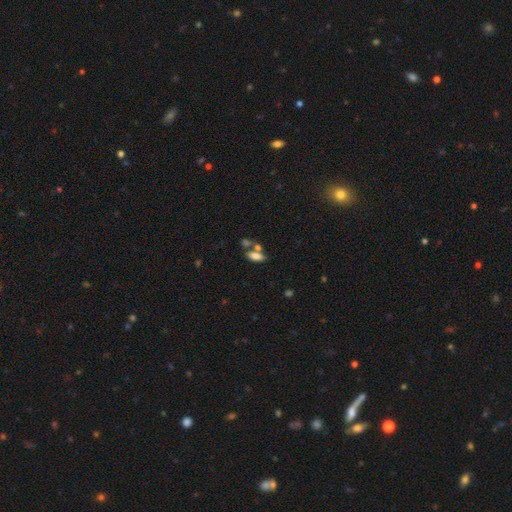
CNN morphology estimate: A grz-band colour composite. It shows a smooth galaxy with no disk features (74%) that is in between round and cigar-shaped (81%). Merging: none (46%).